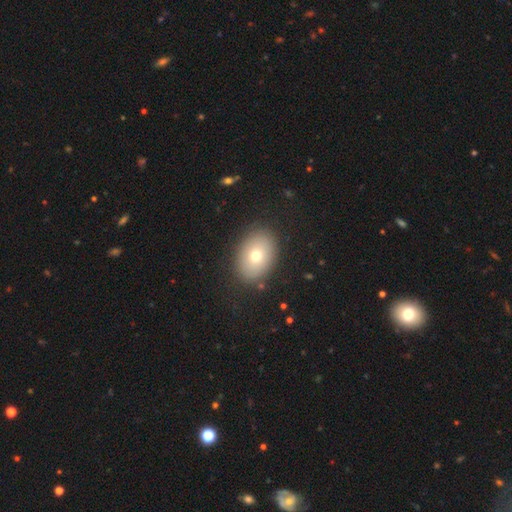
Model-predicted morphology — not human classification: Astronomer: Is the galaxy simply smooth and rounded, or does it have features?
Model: smooth — 71%.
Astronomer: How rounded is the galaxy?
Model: in between — 76%.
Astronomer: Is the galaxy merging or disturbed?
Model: none — 87%.